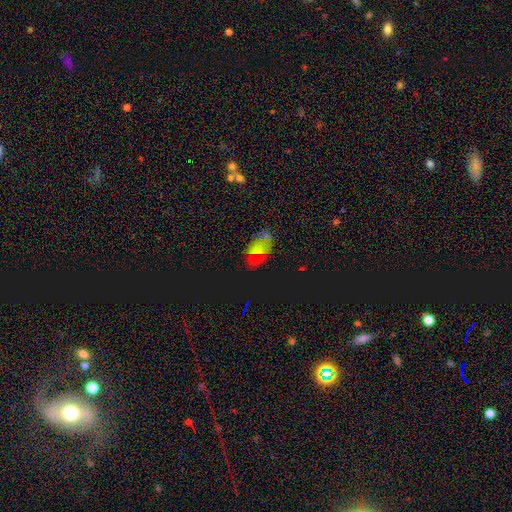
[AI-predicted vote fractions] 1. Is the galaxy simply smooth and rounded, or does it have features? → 44% star or artifact, 42% smooth, 14% featured or disk.